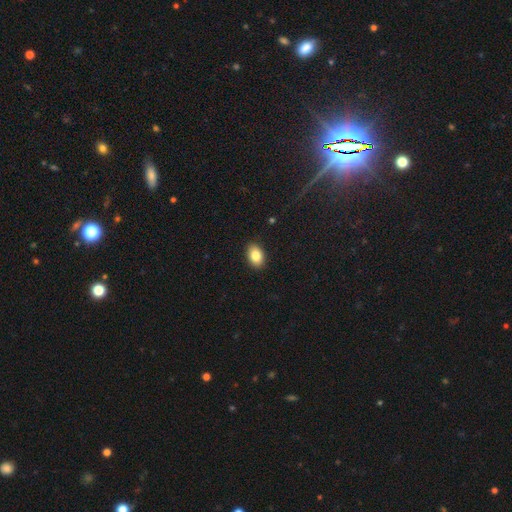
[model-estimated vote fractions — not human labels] Smooth or featured?
  - smooth: 84% *
  - featured or disk: 8%
  - star or artifact: 8%
How rounded?
  - in between: 86% *
  - round: 13%
  - cigar-shaped: 1%
Merging?
  - none: 90% *
  - minor disturbance: 8%
  - major disturbance: 2%
  - merger: 1%